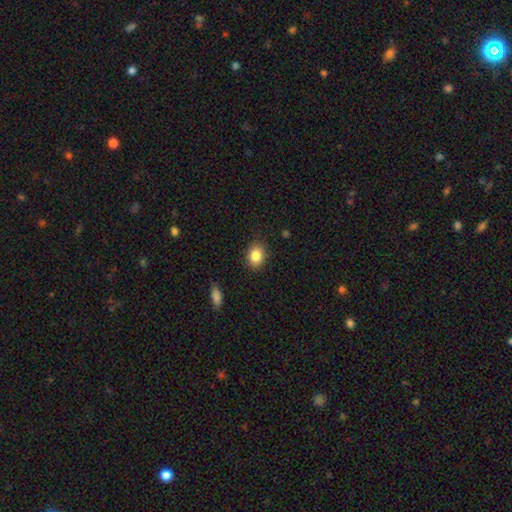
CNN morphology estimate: type=smooth (85%); roundness=in between (57%); merging=none (86%).